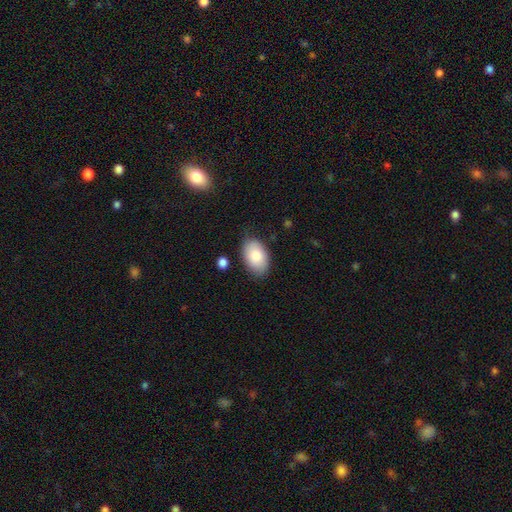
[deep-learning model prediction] This appears to be a smooth galaxy with no disk features (85%) that is in between round and cigar-shaped (92%). Merging: none (78%).